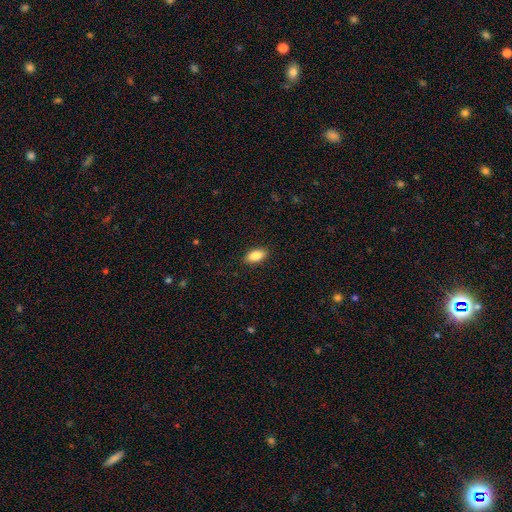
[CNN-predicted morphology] Q: Smooth or featured?
A: smooth (85%); runner-up: featured or disk (8%)
Q: How rounded?
A: in between (90%); runner-up: cigar-shaped (6%)
Q: Merging?
A: none (89%); runner-up: minor disturbance (8%)